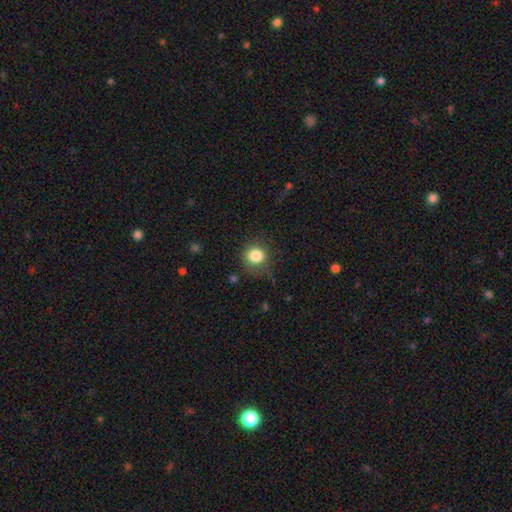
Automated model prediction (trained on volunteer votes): Overall: smooth (83%). How rounded: round (89%). Merging: none (74%).